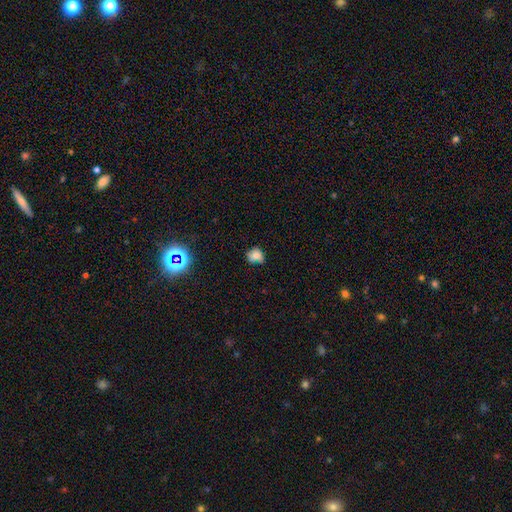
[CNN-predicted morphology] The model was most divided on "merging": none: 51%, minor disturbance: 34%, major disturbance: 9%, merger: 7%. More confident: smooth or featured — smooth (73%); how rounded — round (71%).